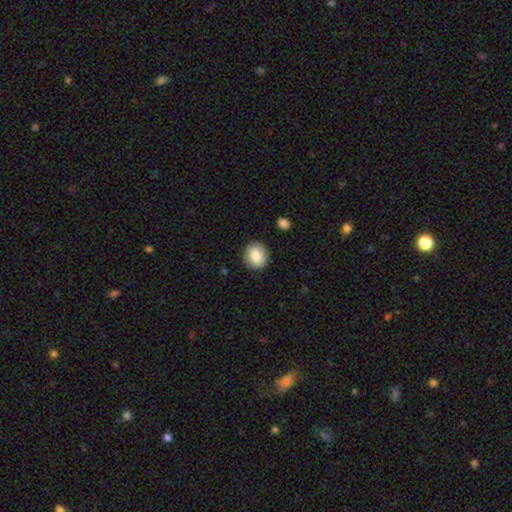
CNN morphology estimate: Overall: smooth (85%). How rounded: round (69%; in between 30%). Merging: none (86%).